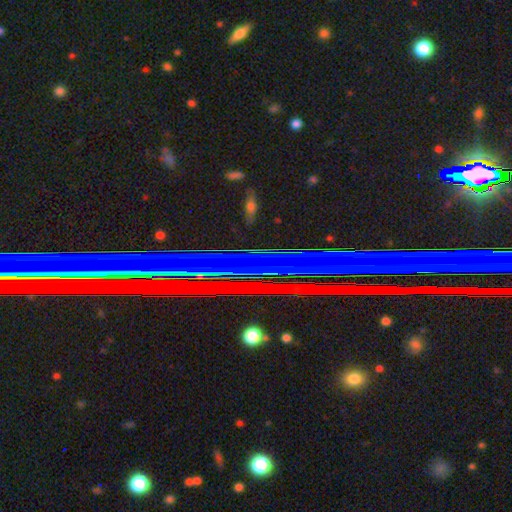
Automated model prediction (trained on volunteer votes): Morphology: type=star or artifact (78%).